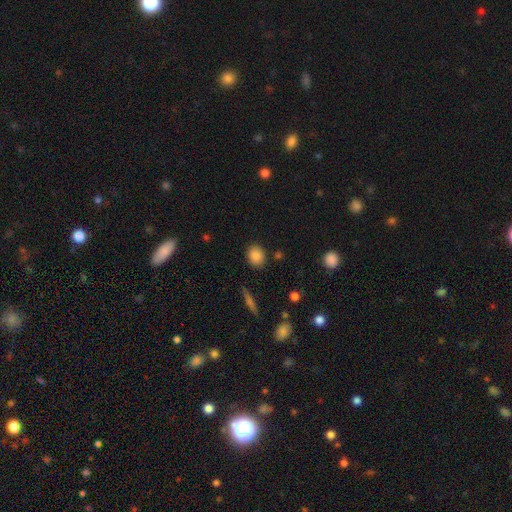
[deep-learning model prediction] This is clearly a smooth galaxy (85%). How rounded: likely round (62%). Merging: clearly none (87%).